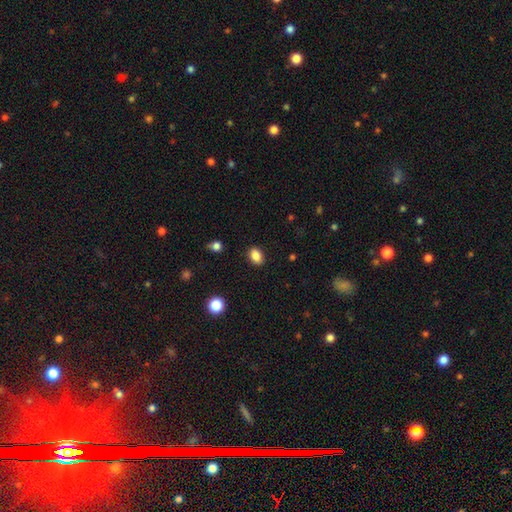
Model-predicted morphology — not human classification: This appears to be a smooth galaxy with no disk features (86%) that is in between round and cigar-shaped (78%). Merging: none (87%).